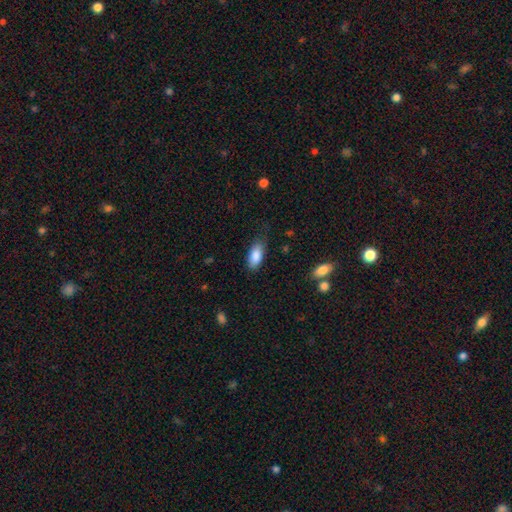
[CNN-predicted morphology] This is clearly a smooth galaxy (87%). How rounded: clearly in between (87%). Merging: likely none (71%).